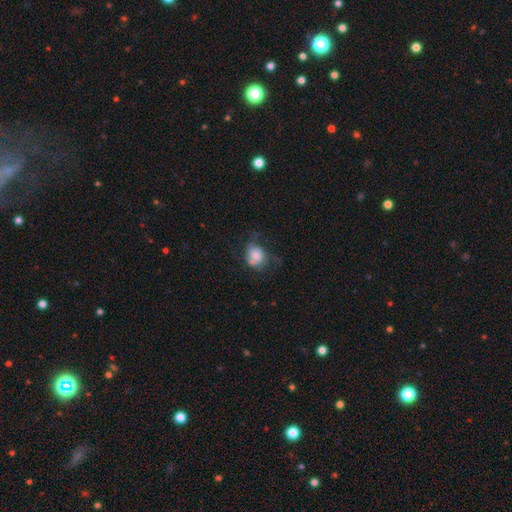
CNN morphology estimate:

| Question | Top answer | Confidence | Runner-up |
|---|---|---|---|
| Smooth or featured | smooth | 58% | featured or disk (32%) |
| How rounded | round | 57% | in between (42%) |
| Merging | none | 39% | major disturbance (28%) |